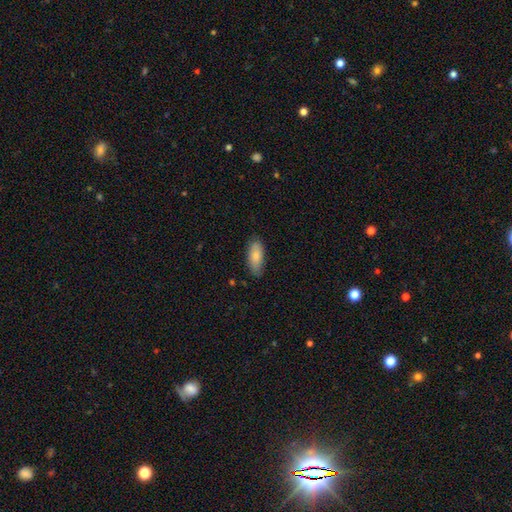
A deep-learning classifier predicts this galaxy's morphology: smooth 82%, featured or disk 12%, star or artifact 6%. Down the decision tree: how rounded — in between (83%); merging — none (80%).